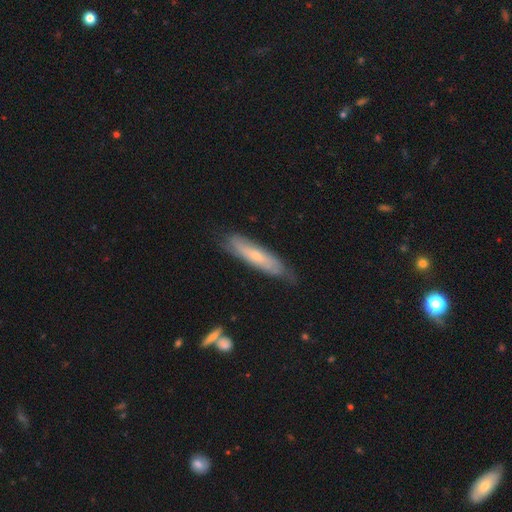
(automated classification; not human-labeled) featured or disk 50%, smooth 44%, star or artifact 7%. Down the decision tree: merging — none (72%).